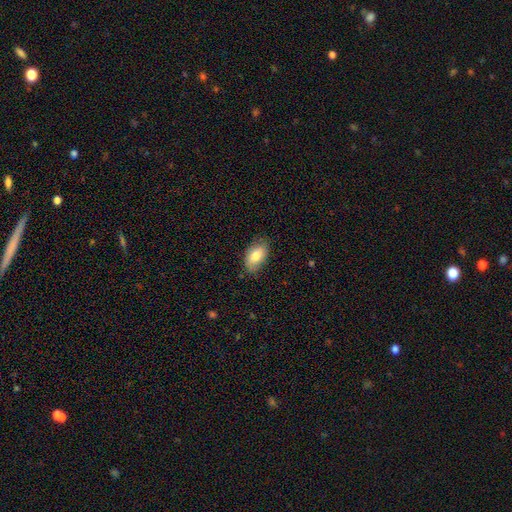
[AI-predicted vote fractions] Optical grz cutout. It shows a smooth galaxy with no disk features (80%) that is in between round and cigar-shaped (93%). Merging: none (78%).